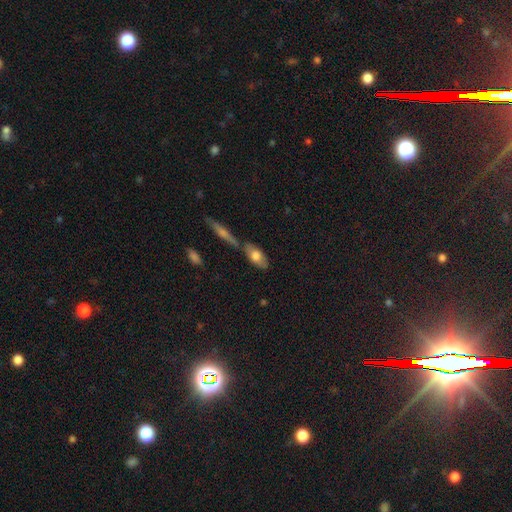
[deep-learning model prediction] smooth_or_featured: smooth (p=0.65) [alt: featured or disk p=0.29]
how_rounded: in between (p=0.82) [alt: cigar-shaped p=0.14]
merging: none (p=0.60) [alt: merger p=0.21]